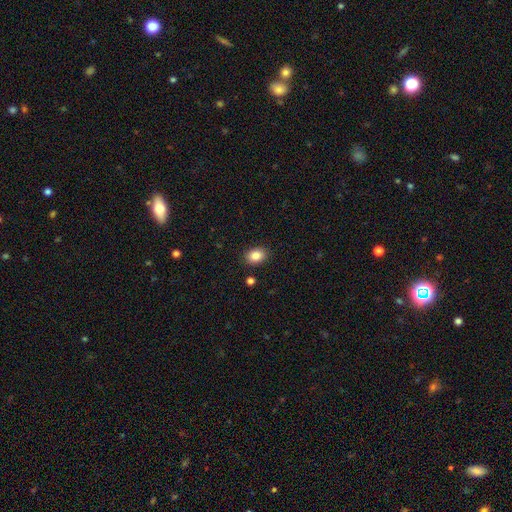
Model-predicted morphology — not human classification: A smooth galaxy with no disk features (86%) that is in between round and cigar-shaped (71%). Merging: none (88%).